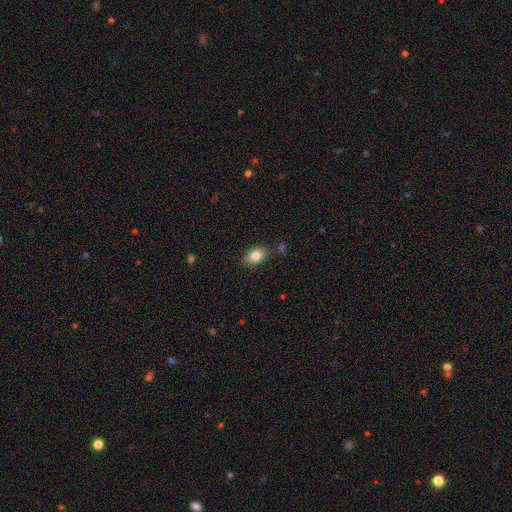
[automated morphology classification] Smooth or featured? smooth (81%)
How rounded? in between (72%)
Merging? none (79%)